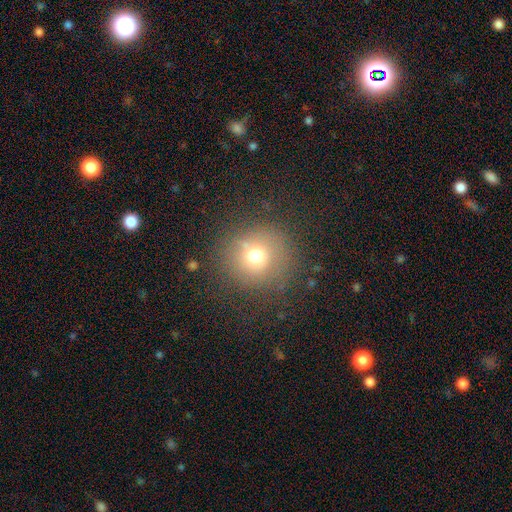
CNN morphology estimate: Overall: smooth (69%). How rounded: round (92%). Merging: none (81%).